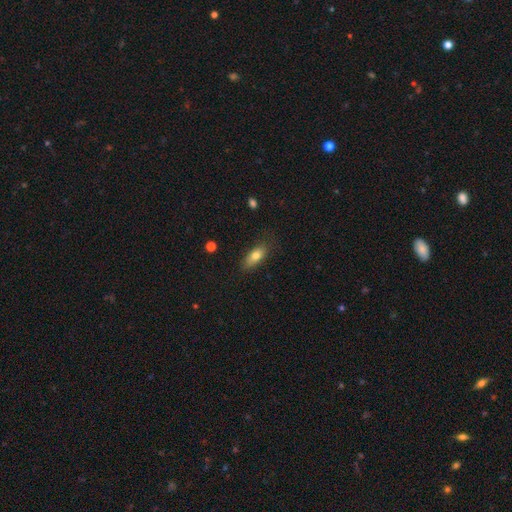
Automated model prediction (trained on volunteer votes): Smooth or featured: smooth — 77% (featured or disk — 15%)
How rounded: in between — 80% (cigar-shaped — 16%)
Merging: none — 77% (minor disturbance — 18%)